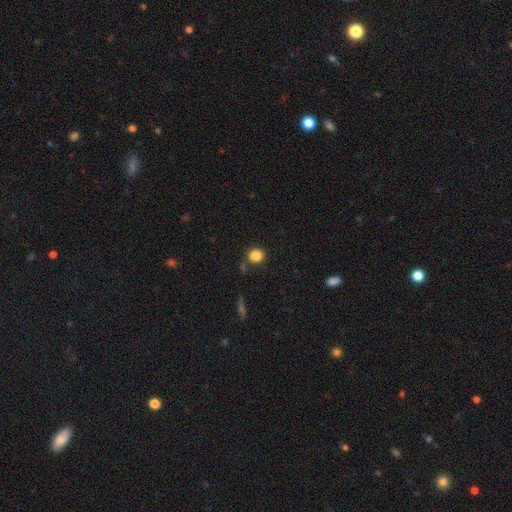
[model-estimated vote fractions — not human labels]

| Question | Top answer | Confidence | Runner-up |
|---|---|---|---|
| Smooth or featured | smooth | 85% | star or artifact (10%) |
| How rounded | round | 76% | in between (23%) |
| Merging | none | 78% | minor disturbance (12%) |